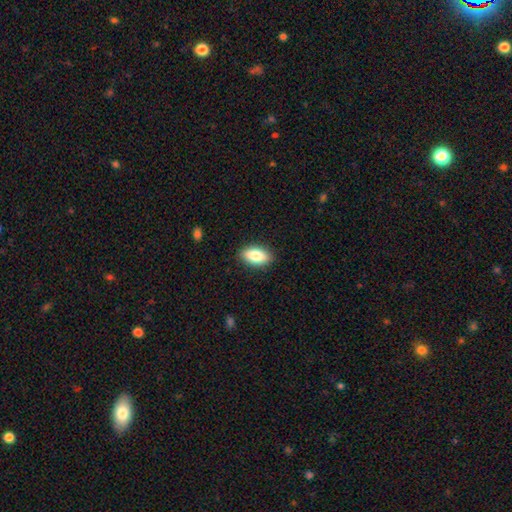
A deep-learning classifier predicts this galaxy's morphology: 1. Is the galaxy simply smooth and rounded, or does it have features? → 81% smooth, 12% featured or disk, 7% star or artifact.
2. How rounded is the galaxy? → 89% in between, 6% cigar-shaped, 4% round.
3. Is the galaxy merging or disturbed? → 89% none, 8% minor disturbance, 2% major disturbance, 1% merger.